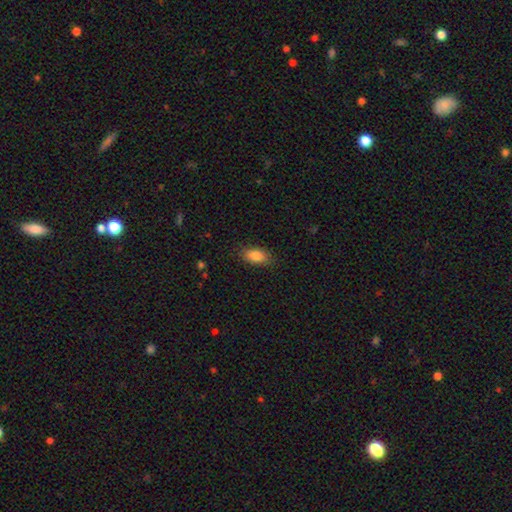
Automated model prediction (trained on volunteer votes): The model was most divided on "merging": none: 84%, minor disturbance: 12%, major disturbance: 3%, merger: 1%. More confident: how rounded — in between (91%); smooth or featured — smooth (86%).